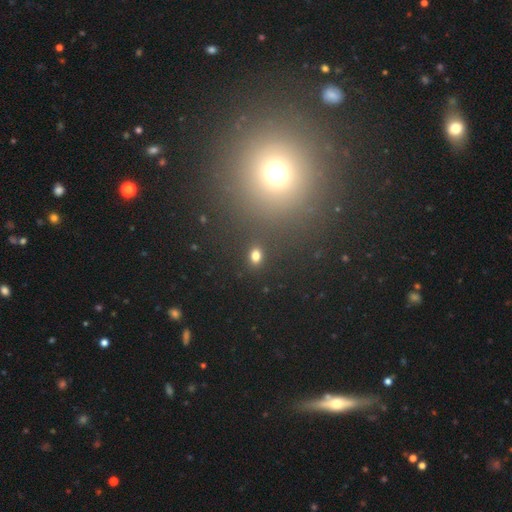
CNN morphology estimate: This appears to be a smooth galaxy with no disk features (77%) that is in between round and cigar-shaped (63%). Merging: none (87%).